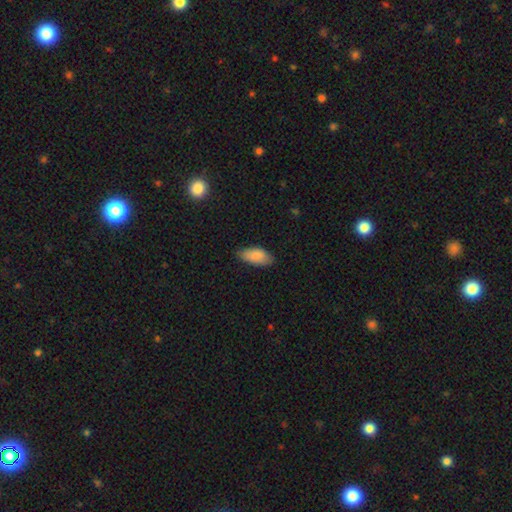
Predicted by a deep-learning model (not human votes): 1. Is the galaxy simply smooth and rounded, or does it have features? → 88% smooth, 6% featured or disk, 6% star or artifact.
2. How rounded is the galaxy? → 90% in between, 8% cigar-shaped, 2% round.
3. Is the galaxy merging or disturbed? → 78% none, 18% minor disturbance, 3% major disturbance, 1% merger.